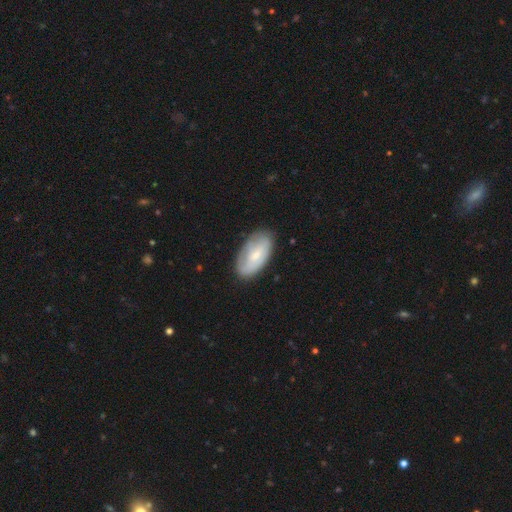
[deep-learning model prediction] A smooth galaxy with no disk features (52%) that is in between round and cigar-shaped (93%). Merging: none (77%).